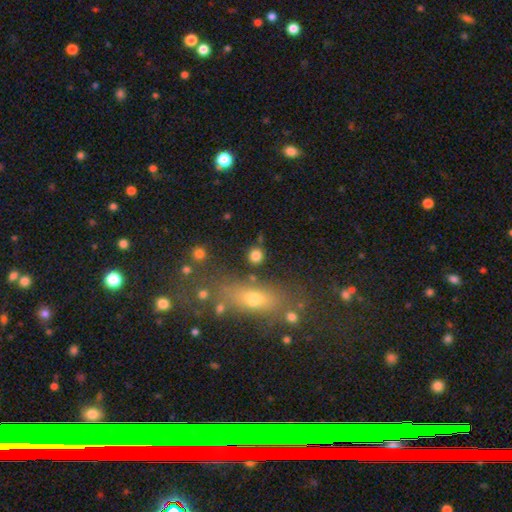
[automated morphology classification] A smooth galaxy with no disk features (81%) that is round (85%). Merging: none (80%).